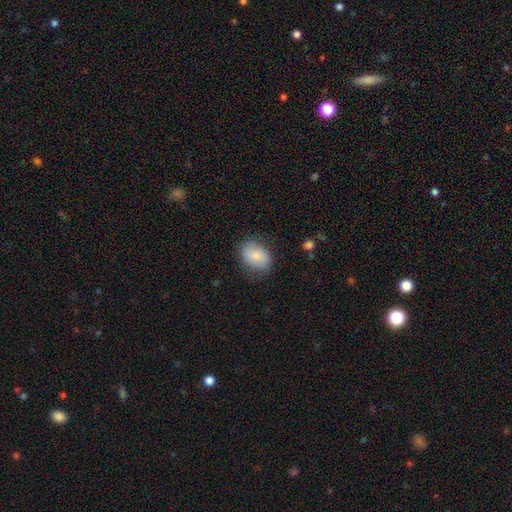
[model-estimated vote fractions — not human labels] smooth_or_featured: smooth (p=0.81) [alt: featured or disk p=0.12]
how_rounded: in between (p=0.74) [alt: round p=0.25]
merging: none (p=0.76) [alt: minor disturbance p=0.18]